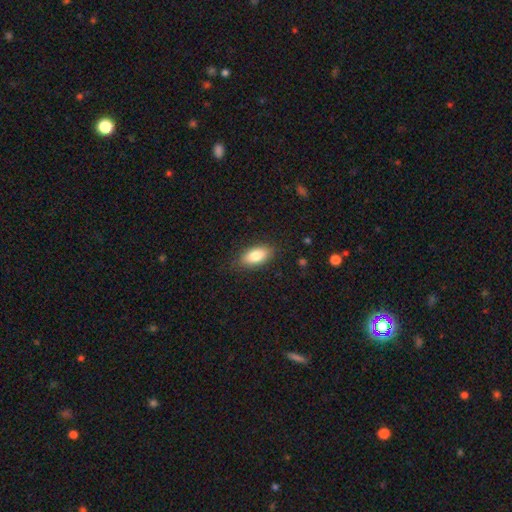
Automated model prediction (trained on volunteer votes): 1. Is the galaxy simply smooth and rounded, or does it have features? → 83% smooth, 11% featured or disk, 7% star or artifact.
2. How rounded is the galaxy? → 88% in between, 8% cigar-shaped, 3% round.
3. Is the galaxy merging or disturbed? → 85% none, 11% minor disturbance, 3% major disturbance, 1% merger.